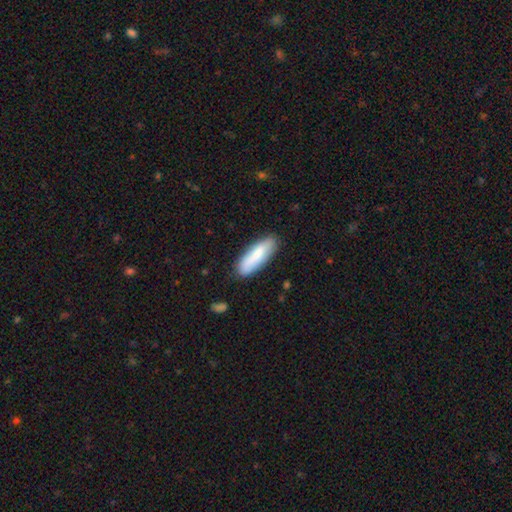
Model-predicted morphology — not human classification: Smooth or featured? smooth (78%)
How rounded? in between (54%)
Merging? none (83%)